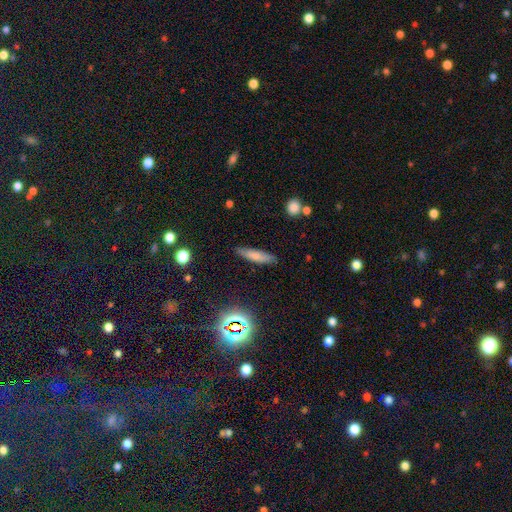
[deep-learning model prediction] Morphology: type=smooth (72%); roundness=cigar-shaped (76%); merging=none (85%).